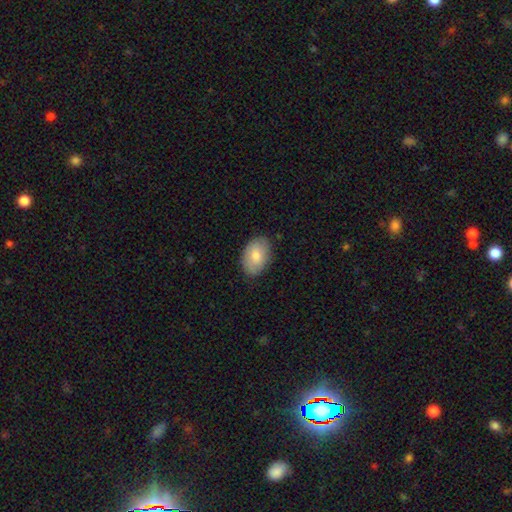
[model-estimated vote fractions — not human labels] Smooth or featured? Predicted: smooth (p=0.77). How rounded? Predicted: in between (p=0.88). Merging? Predicted: none (p=0.84).